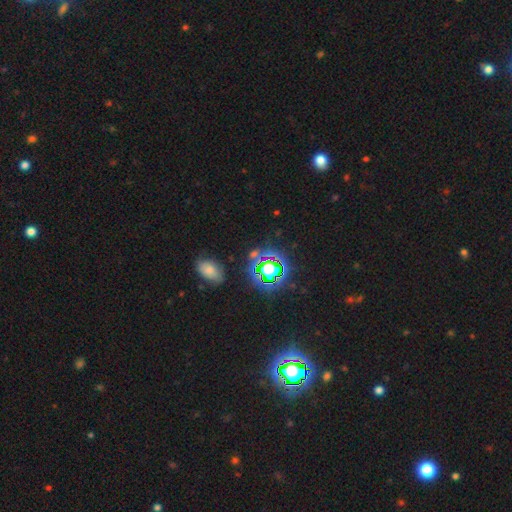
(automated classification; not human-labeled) Smooth or featured? Predicted: star or artifact (p=0.70).